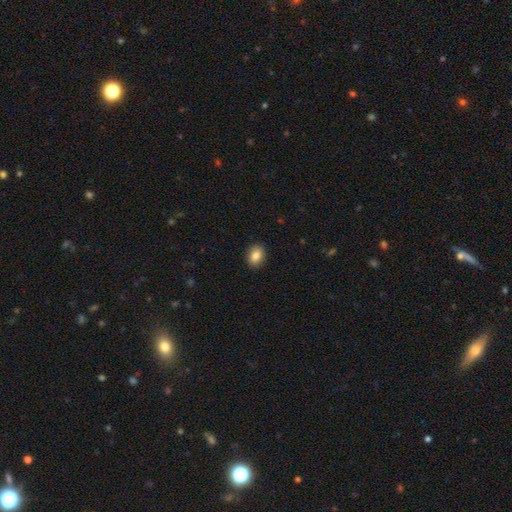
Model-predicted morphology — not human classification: The model was most divided on "how rounded": in between: 65%, round: 34%, cigar-shaped: 1%. More confident: merging — none (90%); smooth or featured — smooth (84%).